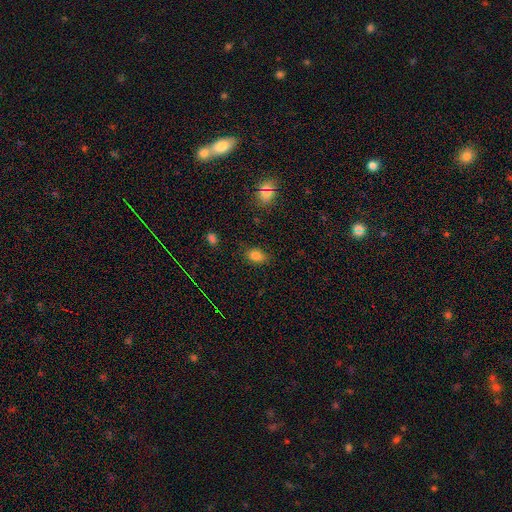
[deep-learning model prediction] smooth 82%, star or artifact 12%, featured or disk 5%. Down the decision tree: how rounded — in between (80%); merging — none (82%).